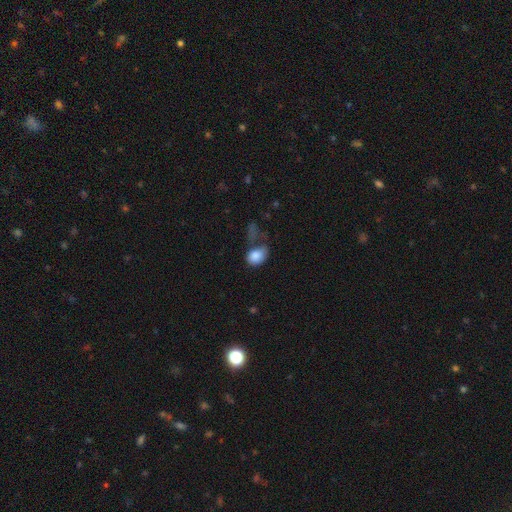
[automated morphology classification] Q: Smooth or featured?
A: smooth (84%); runner-up: star or artifact (8%)
Q: How rounded?
A: in between (75%); runner-up: round (23%)
Q: Merging?
A: none (35%); runner-up: minor disturbance (27%)